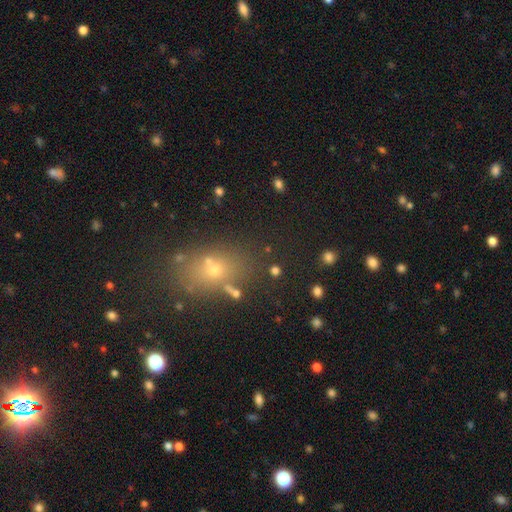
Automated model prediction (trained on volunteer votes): This is possibly a smooth galaxy (54%). How rounded: possibly in between (59%). Merging: likely none (79%).